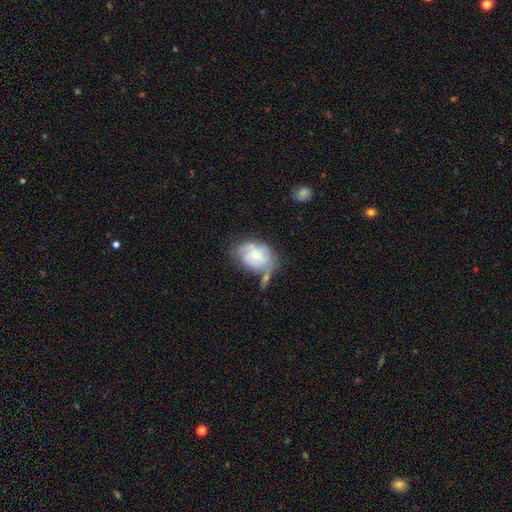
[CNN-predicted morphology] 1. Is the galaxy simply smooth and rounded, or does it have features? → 54% featured or disk, 39% smooth, 7% star or artifact.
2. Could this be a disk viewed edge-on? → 97% no, 3% yes.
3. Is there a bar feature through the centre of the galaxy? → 68% no, 28% weak, 4% strong.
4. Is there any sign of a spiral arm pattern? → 75% yes, 25% no.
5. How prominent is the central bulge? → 51% small, 36% moderate, 7% none, 4% large, 1% dominant.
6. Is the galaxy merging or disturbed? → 38% none, 27% minor disturbance, 18% merger, 17% major disturbance.